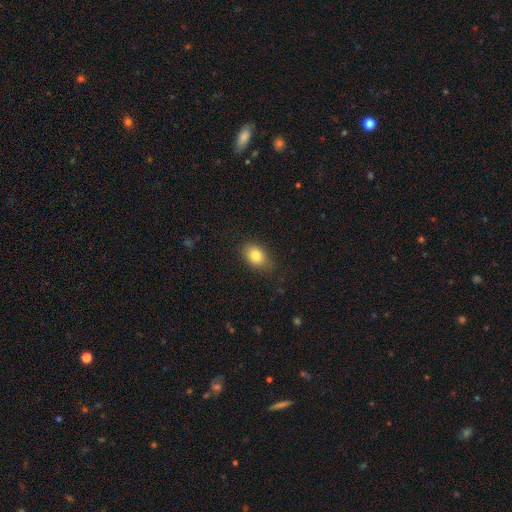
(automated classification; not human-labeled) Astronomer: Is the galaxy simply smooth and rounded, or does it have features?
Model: smooth — 82%.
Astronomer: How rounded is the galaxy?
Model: in between — 78%.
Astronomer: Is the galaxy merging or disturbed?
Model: none — 83%.